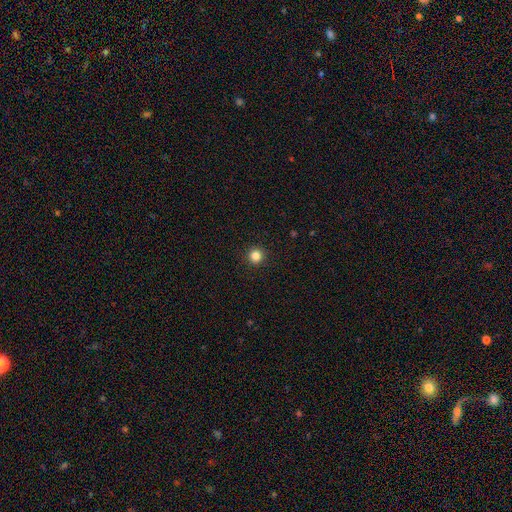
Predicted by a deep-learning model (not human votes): Morphology: type=smooth (83%); roundness=round (96%); merging=none (94%).